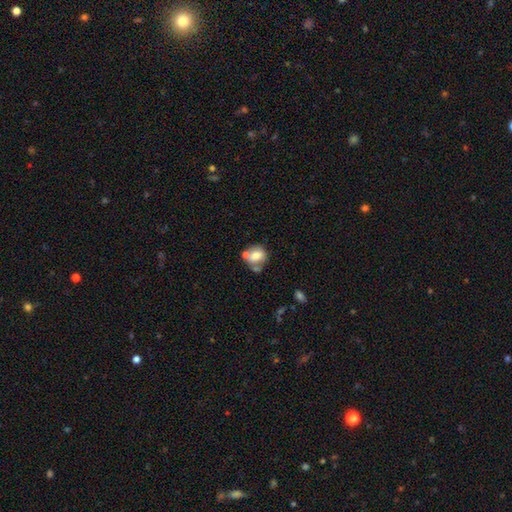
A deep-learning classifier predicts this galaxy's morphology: A smooth galaxy with no disk features (68%) that is round (66%).

Vote fractions:
- Smooth or featured? smooth: 68% / featured or disk: 23% / star or artifact: 9%
- How rounded? round: 66% / in between: 33% / cigar-shaped: 1%
- Merging? none: 44% / merger: 31% / minor disturbance: 17% / major disturbance: 8%